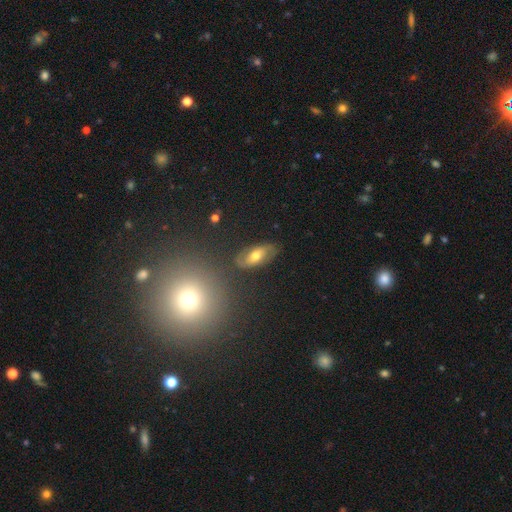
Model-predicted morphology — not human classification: Q: Smooth or featured?
A: featured or disk (46%); runner-up: smooth (45%)
Q: Merging?
A: none (78%); runner-up: minor disturbance (14%)